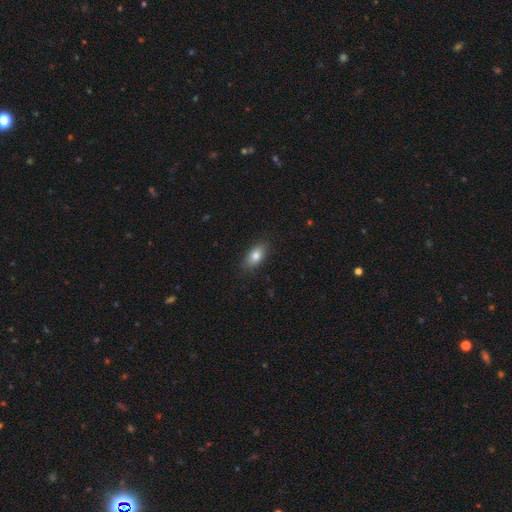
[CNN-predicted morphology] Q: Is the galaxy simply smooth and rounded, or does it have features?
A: smooth — 81%.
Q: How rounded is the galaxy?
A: in between — 87%.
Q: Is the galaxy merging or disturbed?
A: none — 85%.